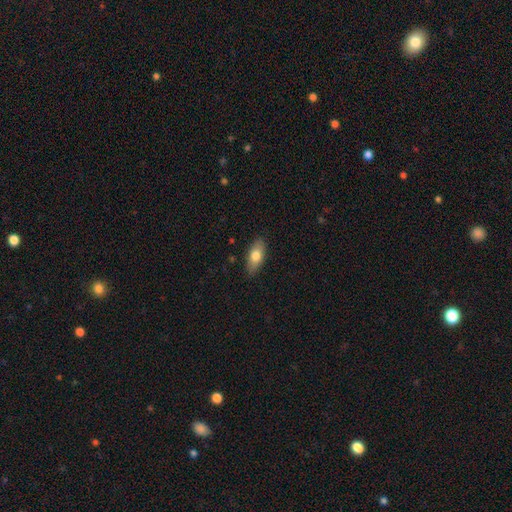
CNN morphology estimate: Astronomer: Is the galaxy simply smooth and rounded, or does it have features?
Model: smooth — 74%.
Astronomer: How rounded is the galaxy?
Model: in between — 82%.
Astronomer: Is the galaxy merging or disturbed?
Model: none — 86%.